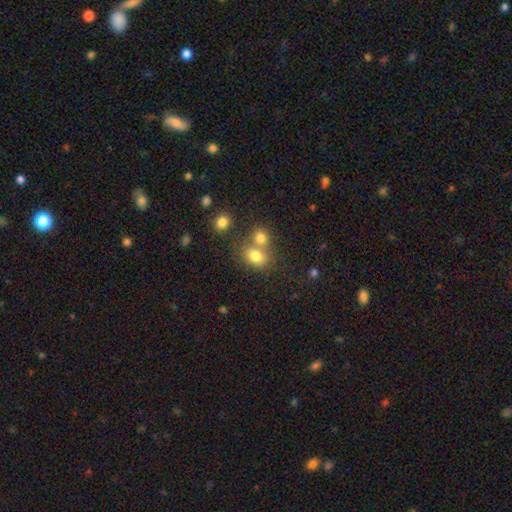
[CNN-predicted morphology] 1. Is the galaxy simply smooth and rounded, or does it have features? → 78% smooth, 12% star or artifact, 11% featured or disk.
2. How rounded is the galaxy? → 59% in between, 39% round, 1% cigar-shaped.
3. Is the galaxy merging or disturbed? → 47% merger, 39% none, 10% minor disturbance, 4% major disturbance.